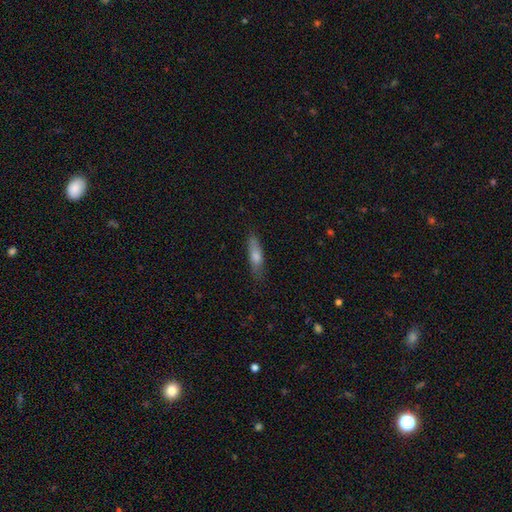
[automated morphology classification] type=smooth (72%); roundness=cigar-shaped (64%); merging=none (78%).